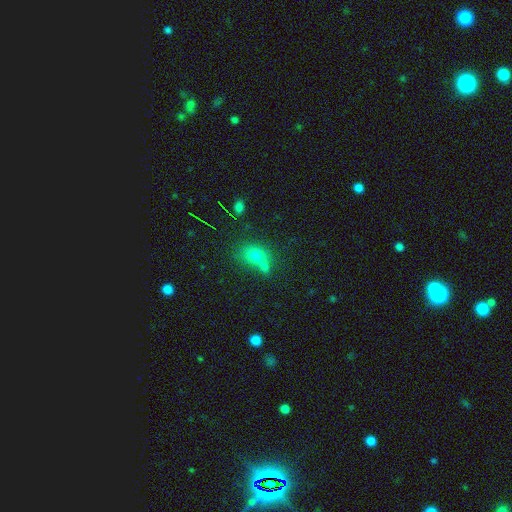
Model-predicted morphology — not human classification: Smooth or featured? Predicted: smooth (p=0.73). How rounded? Predicted: round (p=0.52). Merging? Predicted: merger (p=0.43).